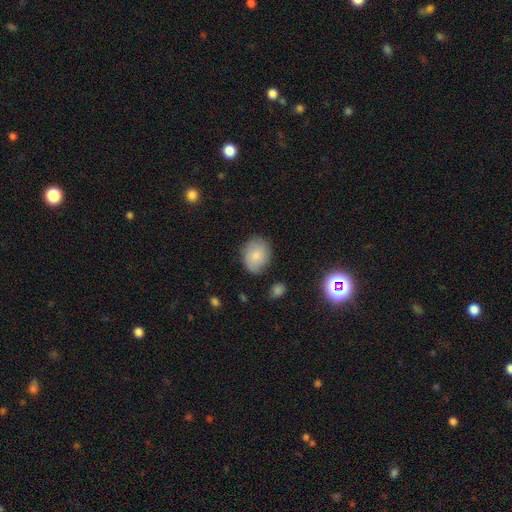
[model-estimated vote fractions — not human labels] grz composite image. It shows a smooth galaxy with no disk features (79%) that is in between round and cigar-shaped (51%). Merging: none (79%).